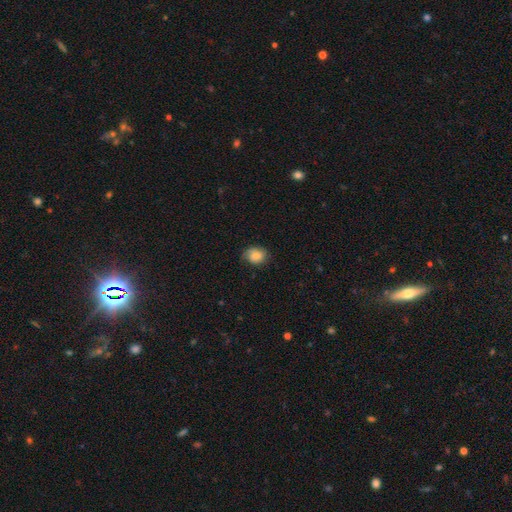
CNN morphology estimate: Overall: smooth (74%). How rounded: in between (55%; round 44%). Merging: none (67%).